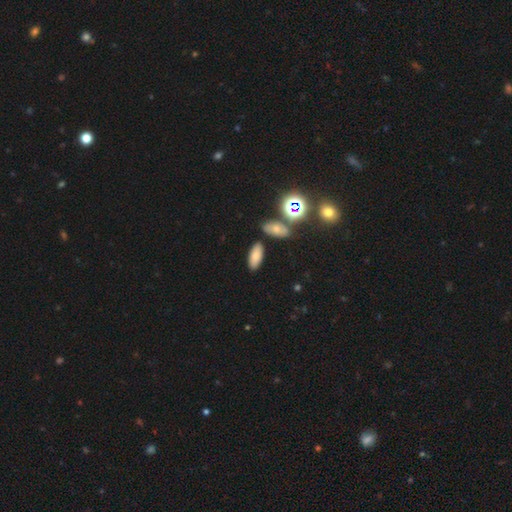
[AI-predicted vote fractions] Q: Smooth or featured?
A: smooth (78%); runner-up: star or artifact (12%)
Q: How rounded?
A: in between (86%); runner-up: cigar-shaped (11%)
Q: Merging?
A: none (84%); runner-up: minor disturbance (9%)